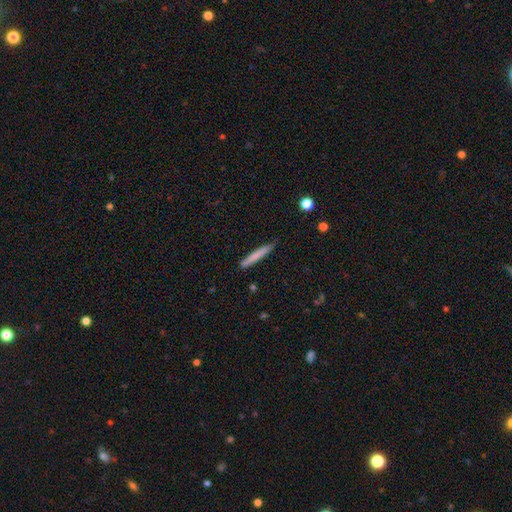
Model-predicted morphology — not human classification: type=smooth (75%); roundness=cigar-shaped (96%); merging=none (84%).